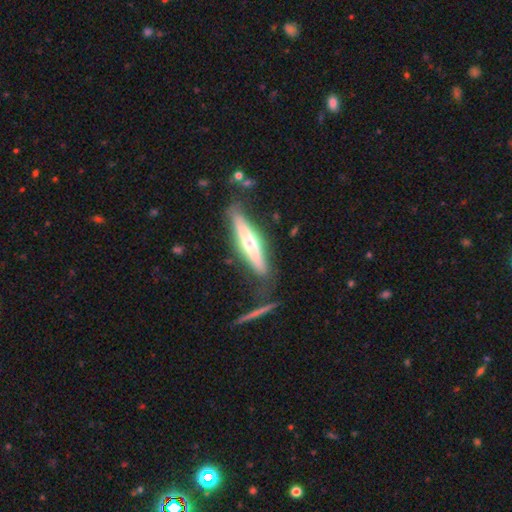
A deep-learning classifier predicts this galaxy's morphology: smooth_or_featured: featured or disk (p=0.57) [alt: smooth p=0.37]
disk_edge_on: yes (p=0.91) [alt: no p=0.09]
edge_on_bulge: rounded (p=0.82) [alt: none p=0.12]
merging: none (p=0.76) [alt: minor disturbance p=0.14]